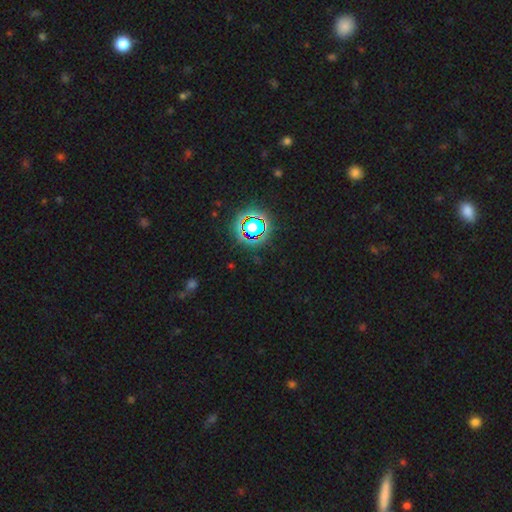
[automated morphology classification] Q: Smooth or featured?
A: star or artifact (75%); runner-up: smooth (16%)